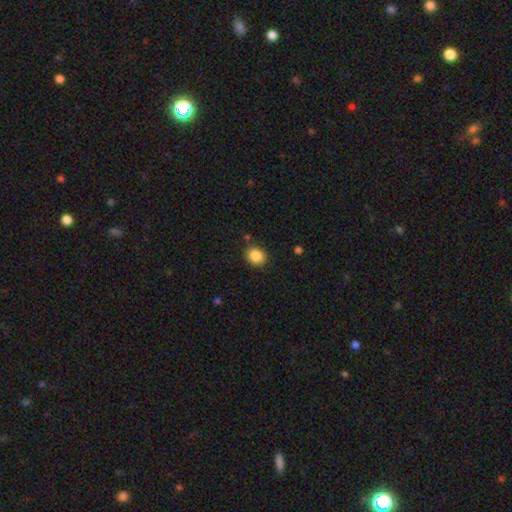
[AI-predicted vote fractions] Smooth or featured? Predicted: smooth (p=0.87). How rounded? Predicted: round (p=0.73). Merging? Predicted: none (p=0.84).